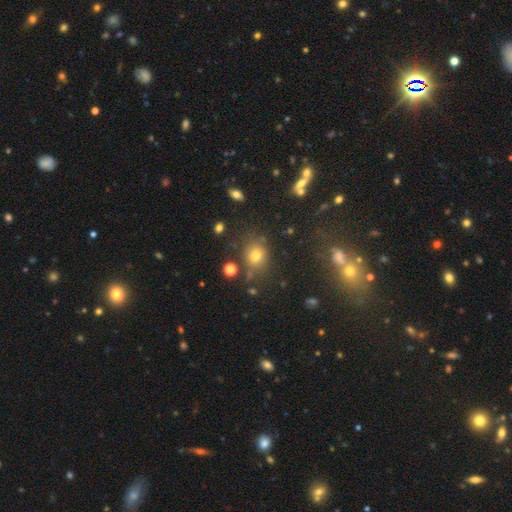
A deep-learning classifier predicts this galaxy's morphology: smooth_or_featured: smooth (p=0.68) [alt: star or artifact p=0.22]
how_rounded: round (p=0.69) [alt: in between p=0.30]
merging: none (p=0.76) [alt: minor disturbance p=0.12]